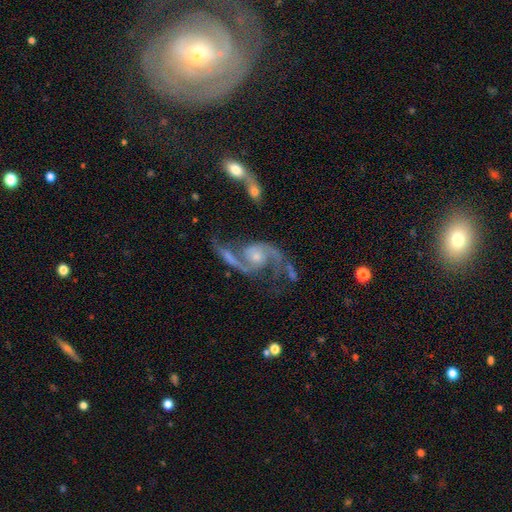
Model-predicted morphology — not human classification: smooth_or_featured: featured or disk (p=0.90) [alt: star or artifact p=0.06]
disk_edge_on: no (p=0.97) [alt: yes p=0.03]
bar: no (p=0.60) [alt: weak p=0.31]
has_spiral_arms: yes (p=0.97) [alt: no p=0.03]
spiral_winding: loose (p=0.45) [alt: medium p=0.44]
spiral_arm_count: 2 (p=0.91) [alt: 1 p=0.02]
bulge_size: small (p=0.55) [alt: moderate p=0.35]
merging: none (p=0.48) [alt: major disturbance p=0.18]